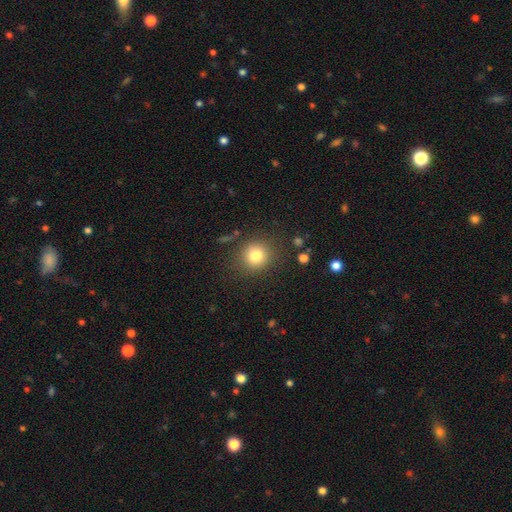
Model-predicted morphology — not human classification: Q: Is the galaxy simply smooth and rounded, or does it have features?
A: smooth — 80%.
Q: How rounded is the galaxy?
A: round — 89%.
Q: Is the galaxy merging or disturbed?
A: none — 85%.